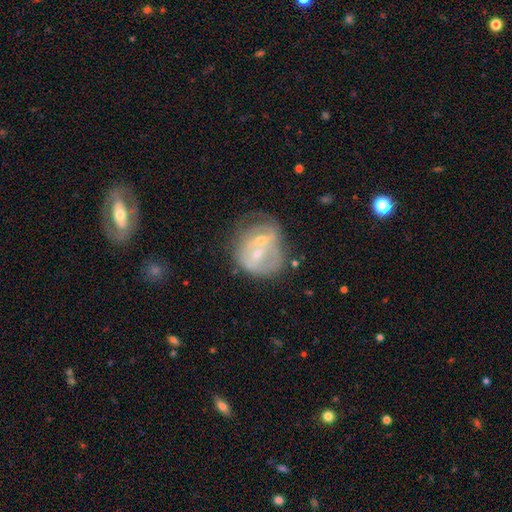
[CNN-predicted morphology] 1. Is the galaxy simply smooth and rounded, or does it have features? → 61% featured or disk, 31% smooth, 8% star or artifact.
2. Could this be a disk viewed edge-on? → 96% no, 4% yes.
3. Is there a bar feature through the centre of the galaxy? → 47% no, 37% weak, 16% strong.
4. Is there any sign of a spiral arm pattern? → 52% no, 48% yes.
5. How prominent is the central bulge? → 47% small, 45% moderate, 5% none, 3% large, 1% dominant.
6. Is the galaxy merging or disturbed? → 50% merger, 25% none, 14% minor disturbance, 11% major disturbance.